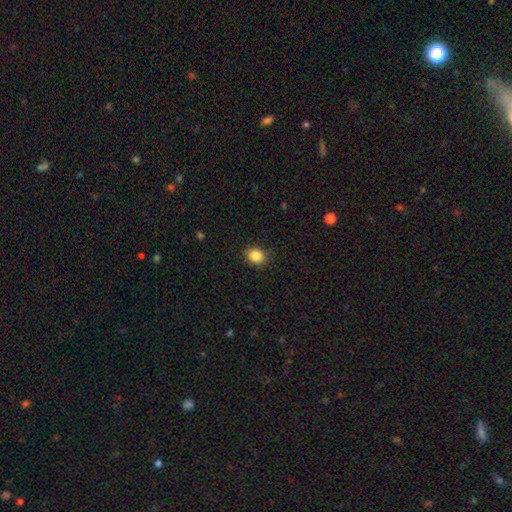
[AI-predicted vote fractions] A smooth galaxy with no disk features (87%) that is round (57%).

Vote fractions:
- Smooth or featured? smooth: 87% / star or artifact: 9% / featured or disk: 4%
- How rounded? round: 57% / in between: 42% / cigar-shaped: 1%
- Merging? none: 89% / minor disturbance: 8% / major disturbance: 2% / merger: 1%